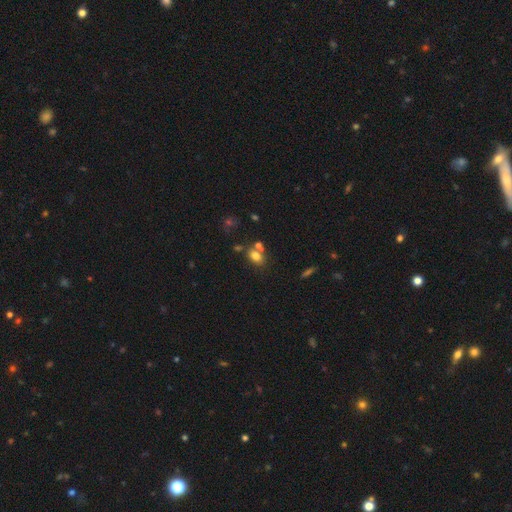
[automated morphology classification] smooth-or-featured: smooth: 75% | star or artifact: 13% | featured or disk: 12%
  how-rounded: in between: 74% | round: 24% | cigar-shaped: 2%
  merging: none: 53% | merger: 29% | minor disturbance: 13% | major disturbance: 5%